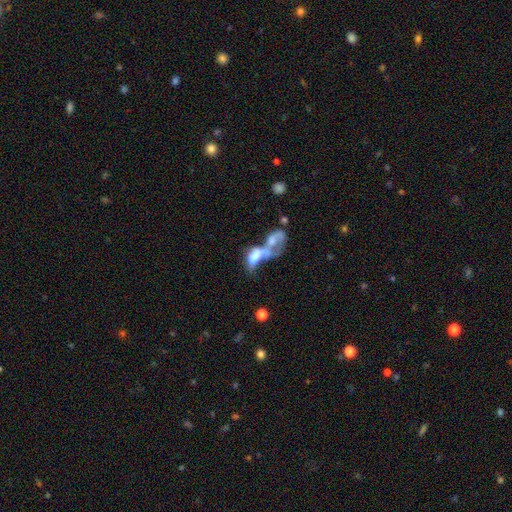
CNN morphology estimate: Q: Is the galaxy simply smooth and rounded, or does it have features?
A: smooth — 47%.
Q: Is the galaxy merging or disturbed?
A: merger — 74%.